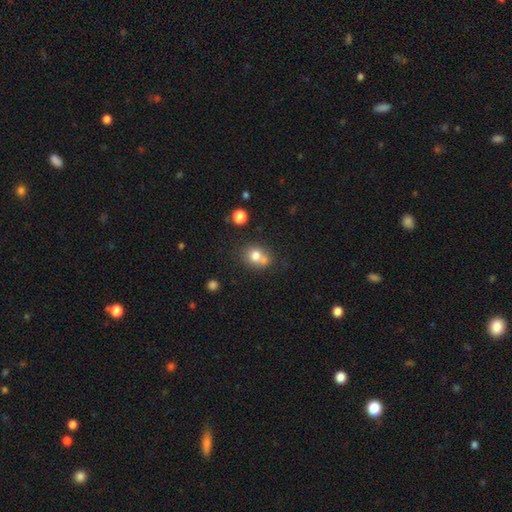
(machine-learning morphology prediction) This is likely a smooth galaxy (75%). How rounded: likely round (64%). Merging: possibly none (47%).